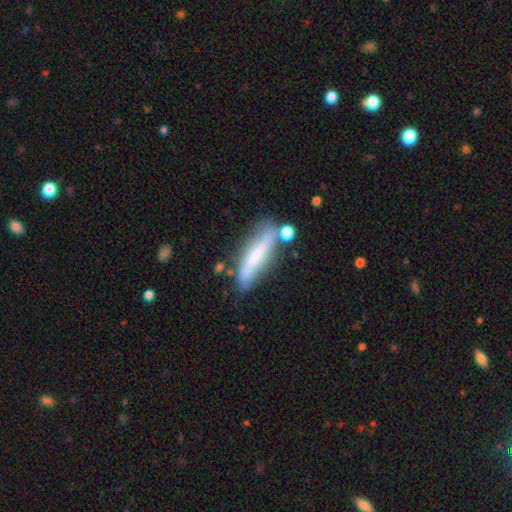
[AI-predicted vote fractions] Q: Smooth or featured?
A: smooth (51%); runner-up: featured or disk (42%)
Q: How rounded?
A: cigar-shaped (79%); runner-up: in between (19%)
Q: Merging?
A: none (64%); runner-up: minor disturbance (20%)